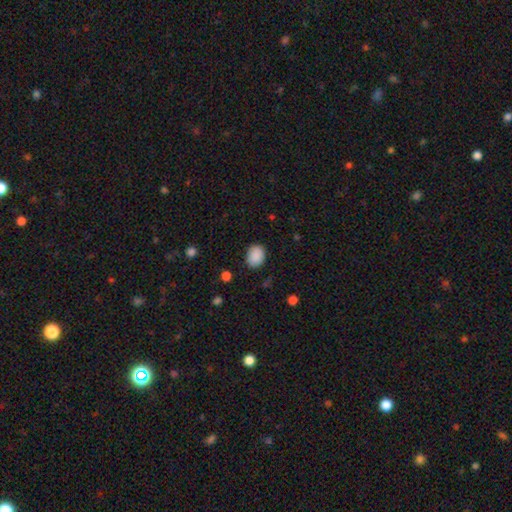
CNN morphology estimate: Smooth or featured? smooth (89%)
How rounded? in between (58%)
Merging? none (85%)